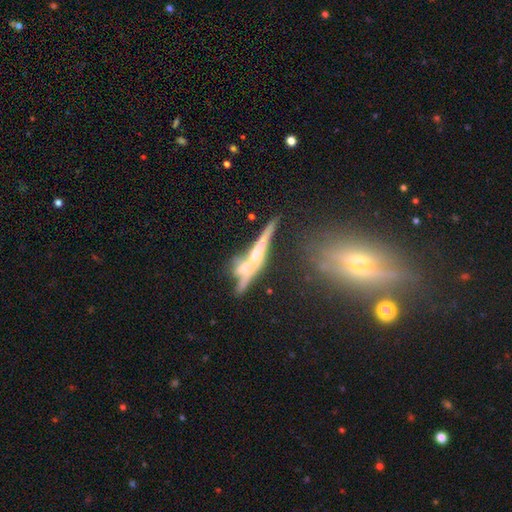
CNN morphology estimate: This appears to be a featured or disk galaxy (70%) viewed edge-on (84%) with a rounded central bulge (69%). Merging: merger (48%).